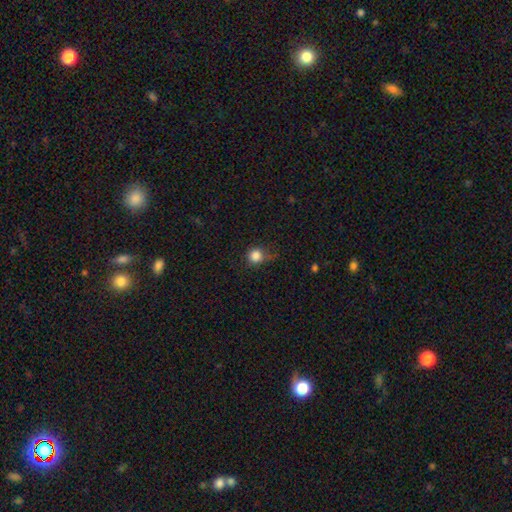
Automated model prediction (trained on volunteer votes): Overall: smooth (83%). How rounded: round (89%). Merging: none (59%; minor disturbance 27%).